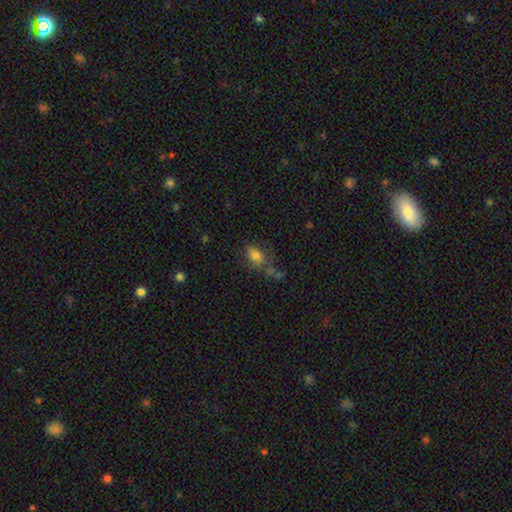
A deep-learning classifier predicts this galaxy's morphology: The model was most divided on "merging": none: 49%, minor disturbance: 23%, major disturbance: 16%, merger: 13%. More confident: how rounded — in between (80%); smooth or featured — smooth (74%).